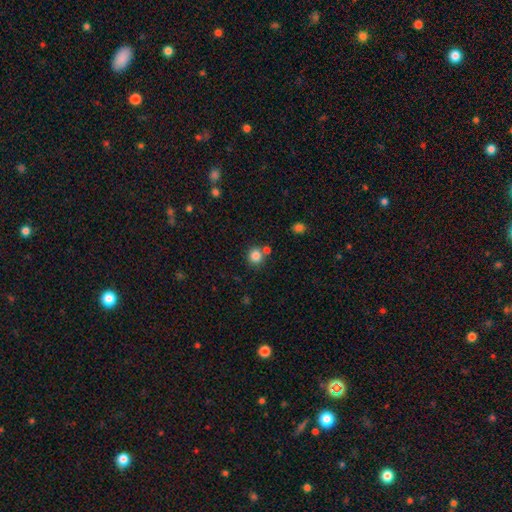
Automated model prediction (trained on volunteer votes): A smooth galaxy with no disk features (83%) that is round (90%). Merging: none (70%).